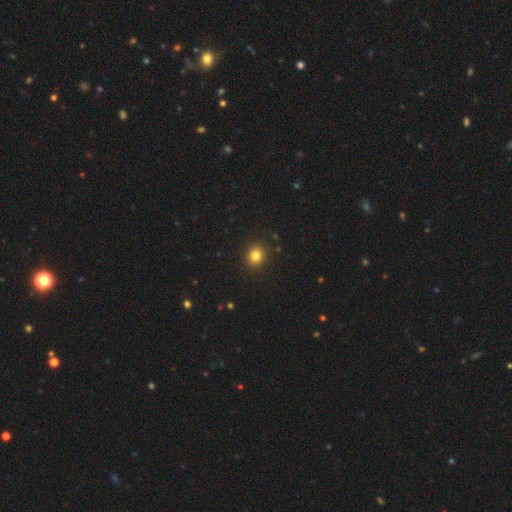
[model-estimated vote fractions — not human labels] Smooth or featured? Predicted: smooth (p=0.82). How rounded? Predicted: round (p=0.81). Merging? Predicted: none (p=0.91).